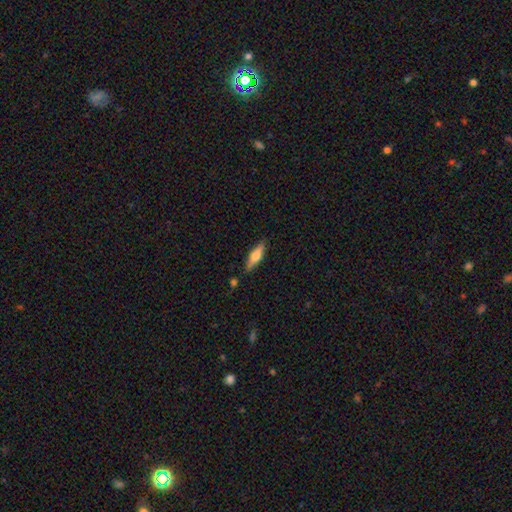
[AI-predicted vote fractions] Smooth or featured?
  - smooth: 51% *
  - featured or disk: 42%
  - star or artifact: 6%
How rounded?
  - cigar-shaped: 61% *
  - in between: 36%
  - round: 2%
Merging?
  - none: 84% *
  - minor disturbance: 11%
  - merger: 3%
  - major disturbance: 2%